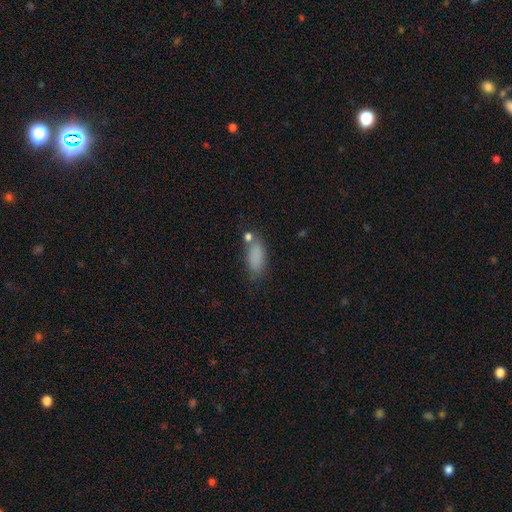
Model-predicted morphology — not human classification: smooth_or_featured: smooth (p=0.82) [alt: star or artifact p=0.10]
how_rounded: in between (p=0.82) [alt: cigar-shaped p=0.14]
merging: none (p=0.60) [alt: minor disturbance p=0.20]